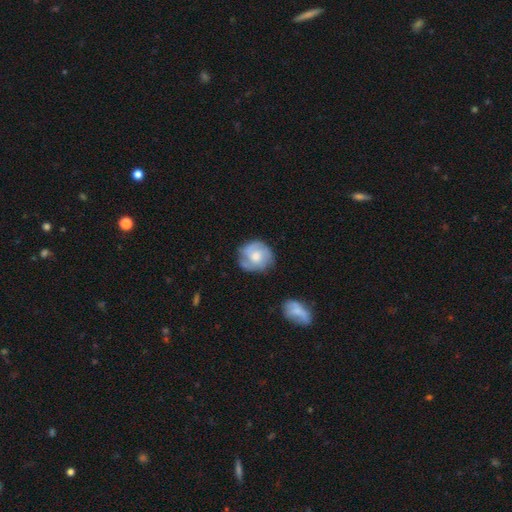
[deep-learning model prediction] Smooth or featured: featured or disk — 51% (smooth — 43%)
Edge-on disk: no — 97% (yes — 3%)
Merging: none — 67% (minor disturbance — 23%)